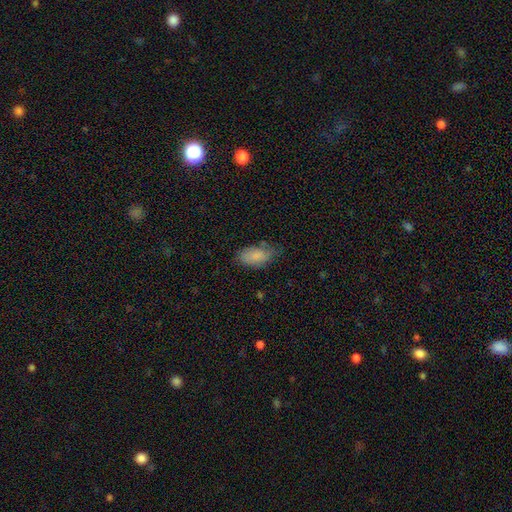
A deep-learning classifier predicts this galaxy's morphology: smooth-or-featured: smooth: 82% | featured or disk: 11% | star or artifact: 7%
  how-rounded: in between: 93% | cigar-shaped: 4% | round: 3%
  merging: none: 59% | minor disturbance: 31% | major disturbance: 8% | merger: 2%